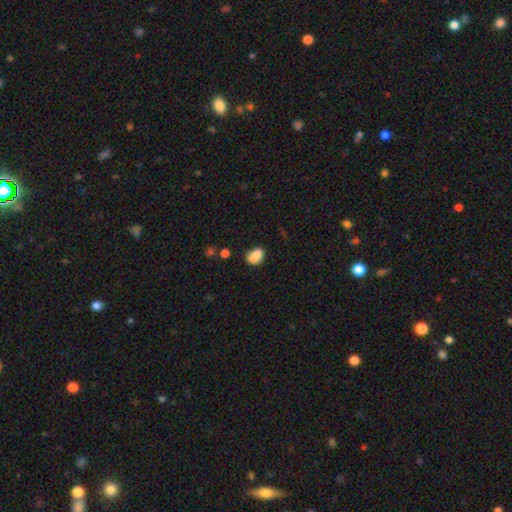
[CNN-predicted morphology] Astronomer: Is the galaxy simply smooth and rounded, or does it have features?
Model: smooth — 82%.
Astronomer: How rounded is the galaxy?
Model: in between — 73%.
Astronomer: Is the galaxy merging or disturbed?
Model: none — 57%.